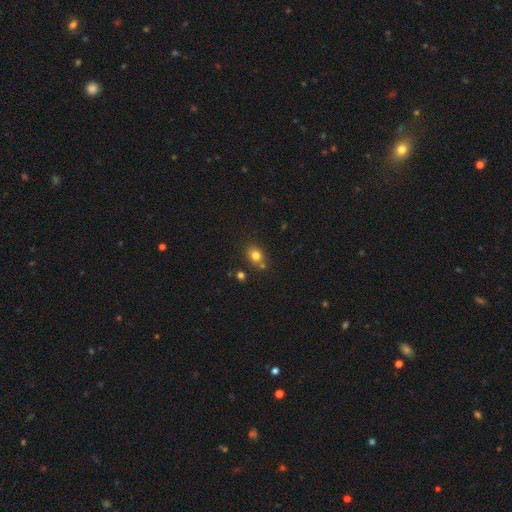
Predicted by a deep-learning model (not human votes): A smooth galaxy with no disk features (78%) that is round (50%).

Vote fractions:
- Smooth or featured? smooth: 78% / star or artifact: 13% / featured or disk: 9%
- How rounded? round: 50% / in between: 48% / cigar-shaped: 1%
- Merging? none: 68% / merger: 15% / minor disturbance: 13% / major disturbance: 4%